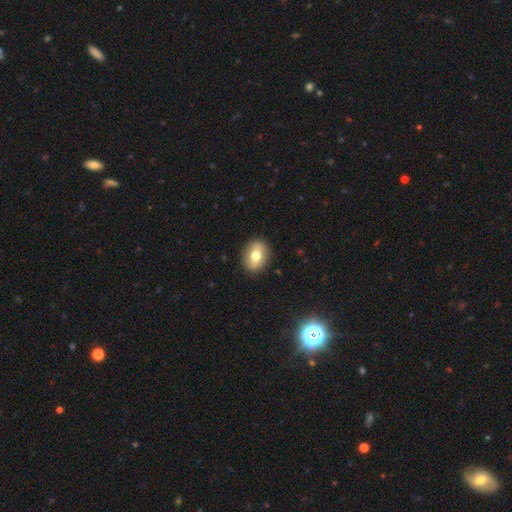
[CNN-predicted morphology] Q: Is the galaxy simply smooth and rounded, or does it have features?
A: smooth — 66%.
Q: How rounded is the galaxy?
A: in between — 63%.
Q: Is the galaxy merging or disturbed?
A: none — 89%.